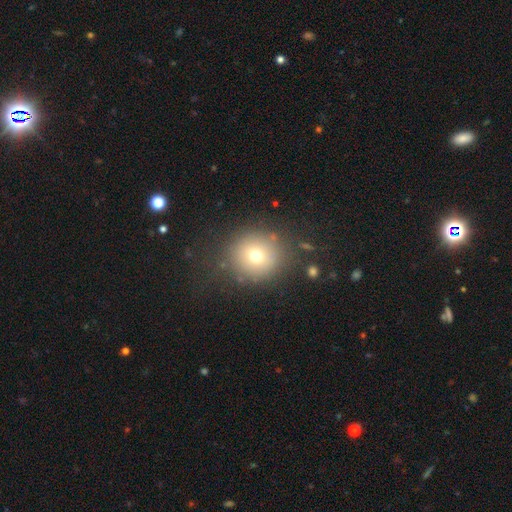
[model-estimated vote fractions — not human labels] smooth 70%, star or artifact 16%, featured or disk 14%. Down the decision tree: how rounded — round (91%); merging — none (83%).